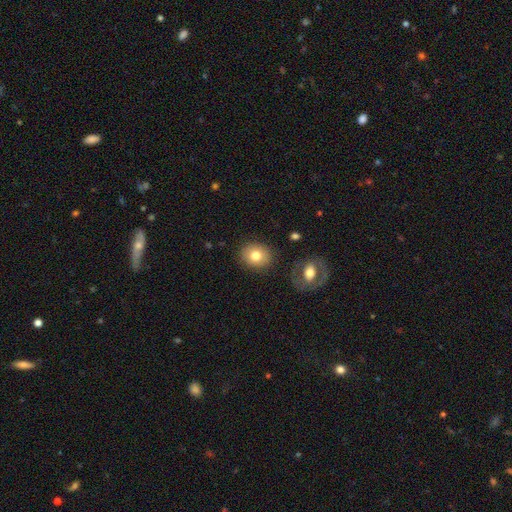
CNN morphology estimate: type=smooth (78%); roundness=round (70%); merging=none (87%).